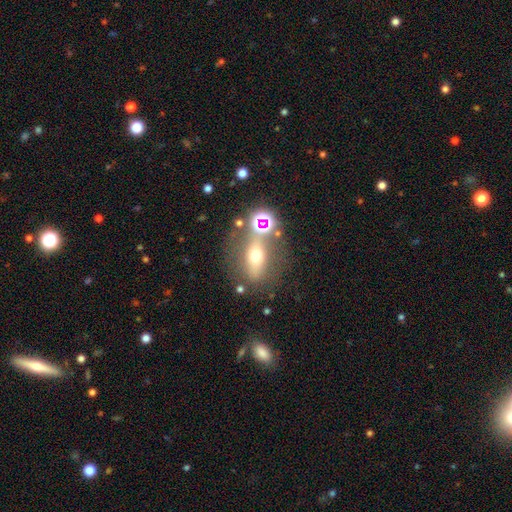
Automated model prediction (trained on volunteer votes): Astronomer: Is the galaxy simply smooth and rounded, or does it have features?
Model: smooth — 42% (runner-up: featured or disk, 36%).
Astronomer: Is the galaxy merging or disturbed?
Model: none — 63%.